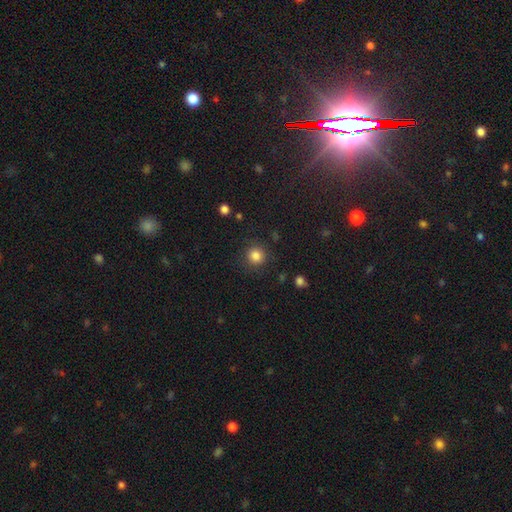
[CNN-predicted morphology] smooth_or_featured: smooth (p=0.84) [alt: star or artifact p=0.11]
how_rounded: round (p=0.92) [alt: in between p=0.07]
merging: none (p=0.87) [alt: minor disturbance p=0.08]